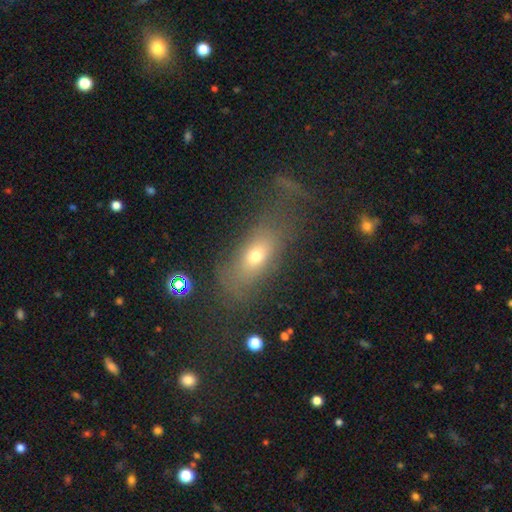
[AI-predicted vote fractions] A smooth galaxy with no disk features (62%) that is in between round and cigar-shaped (71%).

Vote fractions:
- Smooth or featured? smooth: 62% / featured or disk: 22% / star or artifact: 16%
- How rounded? in between: 71% / round: 16% / cigar-shaped: 13%
- Merging? none: 47% / major disturbance: 30% / minor disturbance: 18% / merger: 6%